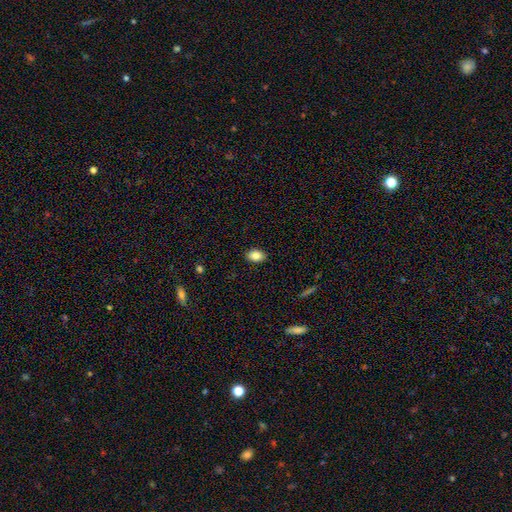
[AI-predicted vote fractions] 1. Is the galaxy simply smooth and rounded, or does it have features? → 84% smooth, 9% star or artifact, 7% featured or disk.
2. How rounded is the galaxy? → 79% in between, 20% round, 1% cigar-shaped.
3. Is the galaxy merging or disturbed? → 88% none, 9% minor disturbance, 2% major disturbance, 1% merger.